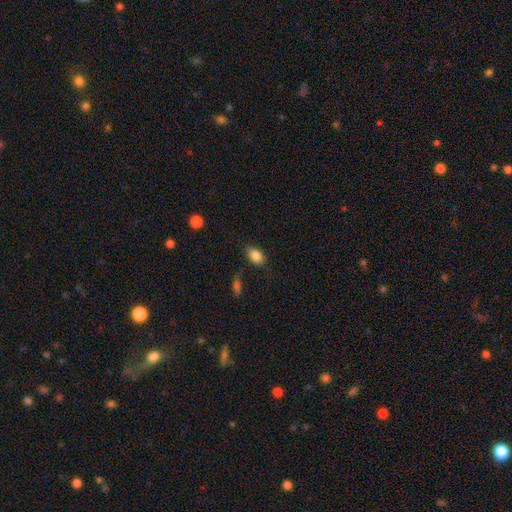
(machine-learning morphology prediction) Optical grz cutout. It shows a smooth galaxy with no disk features (85%) that is in between round and cigar-shaped (87%). Merging: none (80%).